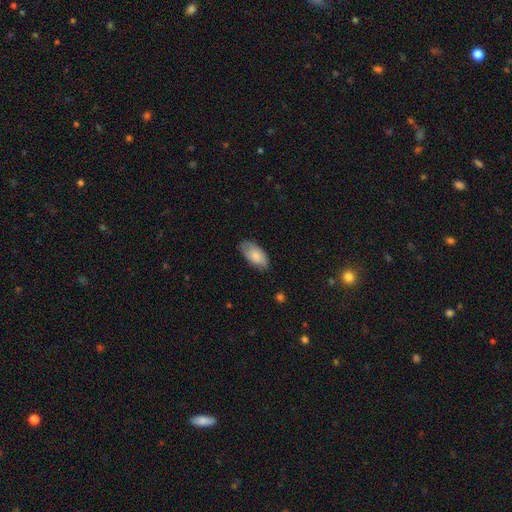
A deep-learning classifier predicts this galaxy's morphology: smooth 78%, featured or disk 15%, star or artifact 6%. Down the decision tree: how rounded — in between (94%); merging — none (76%).